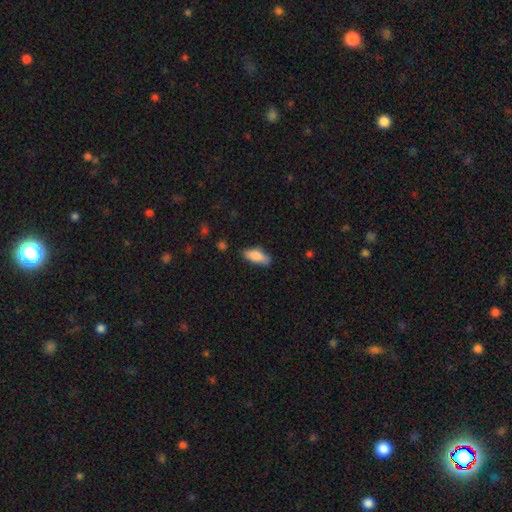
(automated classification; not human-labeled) smooth-or-featured: smooth: 83% | featured or disk: 11% | star or artifact: 7%
  how-rounded: in between: 75% | cigar-shaped: 23% | round: 2%
  merging: none: 72% | minor disturbance: 22% | major disturbance: 4% | merger: 2%